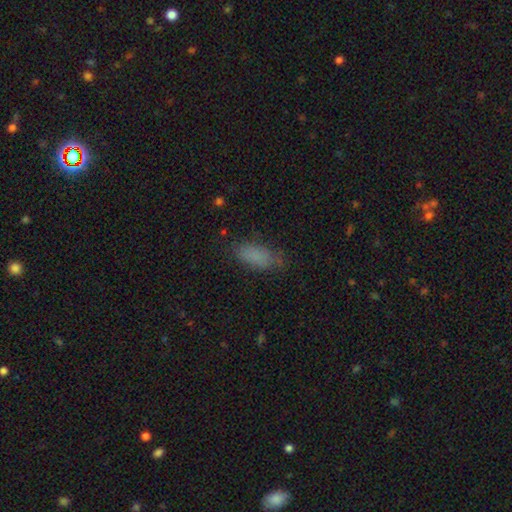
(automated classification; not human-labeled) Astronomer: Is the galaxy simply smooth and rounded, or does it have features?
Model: smooth — 82%.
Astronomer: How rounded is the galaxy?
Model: in between — 78%.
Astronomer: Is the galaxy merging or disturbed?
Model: none — 71%.